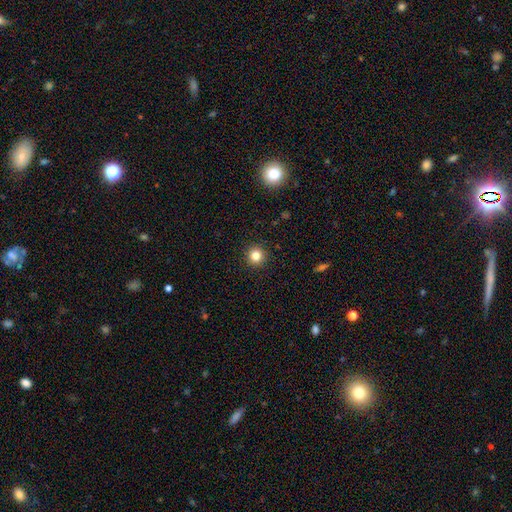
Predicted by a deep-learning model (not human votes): The model was most divided on "smooth or featured": smooth: 83%, star or artifact: 12%, featured or disk: 5%. More confident: how rounded — round (95%); merging — none (93%).